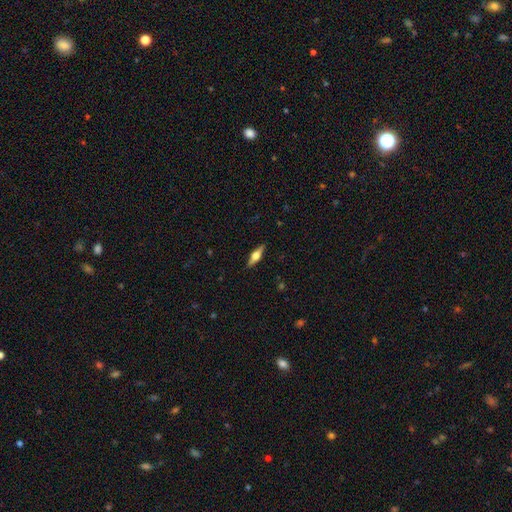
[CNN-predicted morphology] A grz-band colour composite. It shows a featured or disk galaxy (65%) viewed edge-on (96%) with a rounded central bulge (93%). Merging: none (89%).